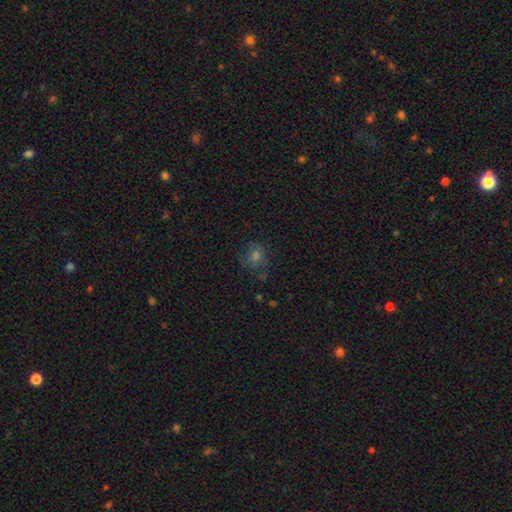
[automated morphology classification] Smooth or featured: smooth — 56% (star or artifact — 26%)
How rounded: round — 71% (in between — 28%)
Merging: none — 70% (minor disturbance — 18%)